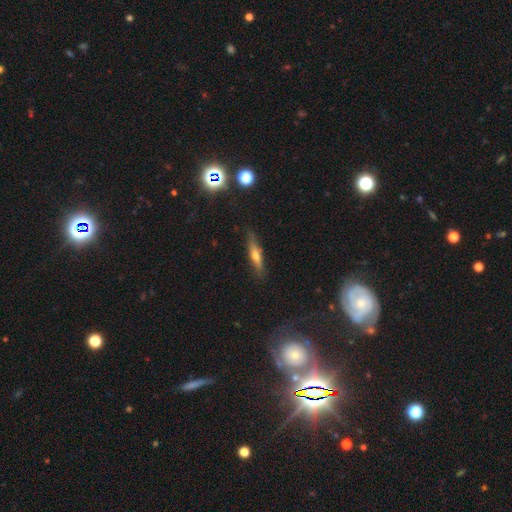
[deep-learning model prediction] Overall: featured or disk (48%; smooth 44%). Merging: none (83%).